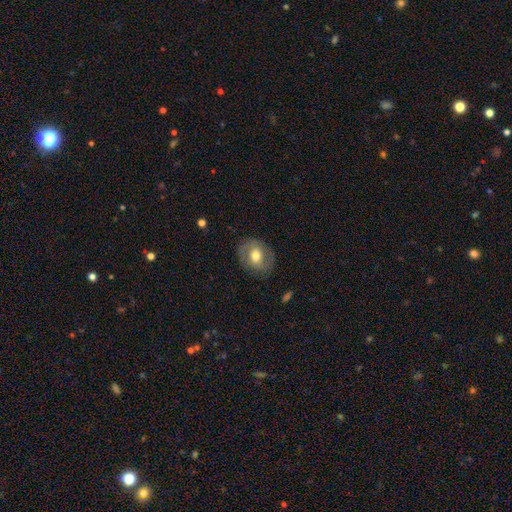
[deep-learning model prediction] Smooth or featured: smooth — 51% (featured or disk — 41%)
How rounded: round — 55% (in between — 43%)
Merging: none — 80% (minor disturbance — 13%)